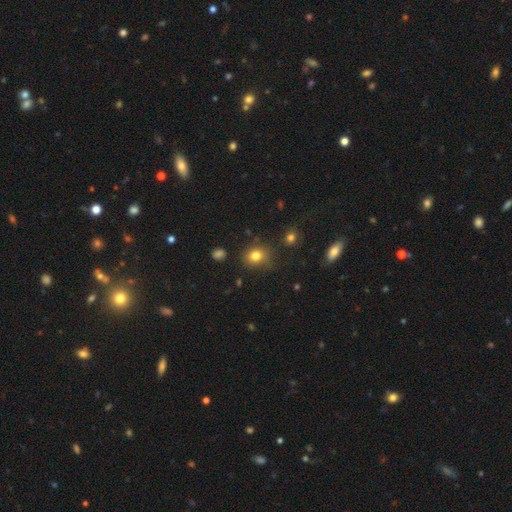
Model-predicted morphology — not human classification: Smooth or featured: smooth — 81% (star or artifact — 12%)
How rounded: round — 66% (in between — 33%)
Merging: none — 73% (minor disturbance — 19%)